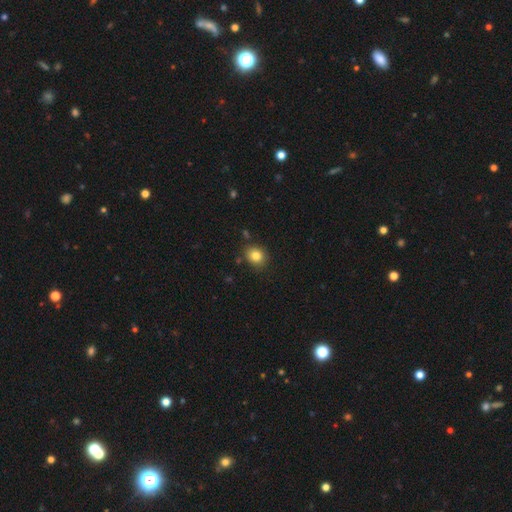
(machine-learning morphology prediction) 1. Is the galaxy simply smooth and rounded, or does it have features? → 83% smooth, 11% star or artifact, 7% featured or disk.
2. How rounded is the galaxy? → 70% round, 29% in between, 1% cigar-shaped.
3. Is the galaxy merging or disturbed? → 84% none, 10% minor disturbance, 3% merger, 3% major disturbance.